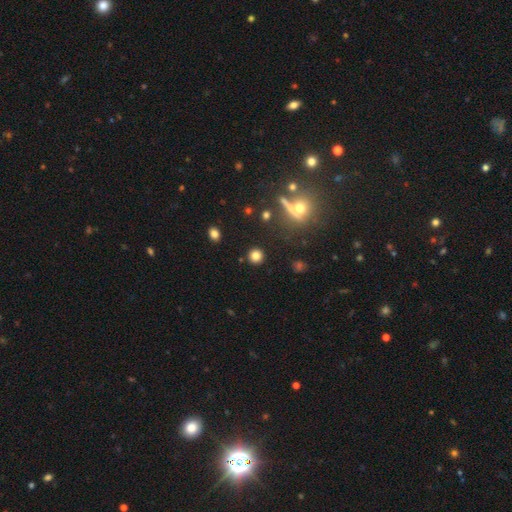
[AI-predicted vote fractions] A smooth galaxy with no disk features (79%) that is round (93%).

Vote fractions:
- Smooth or featured? smooth: 79% / star or artifact: 15% / featured or disk: 7%
- How rounded? round: 93% / in between: 6% / cigar-shaped: 1%
- Merging? none: 89% / minor disturbance: 6% / major disturbance: 3% / merger: 2%